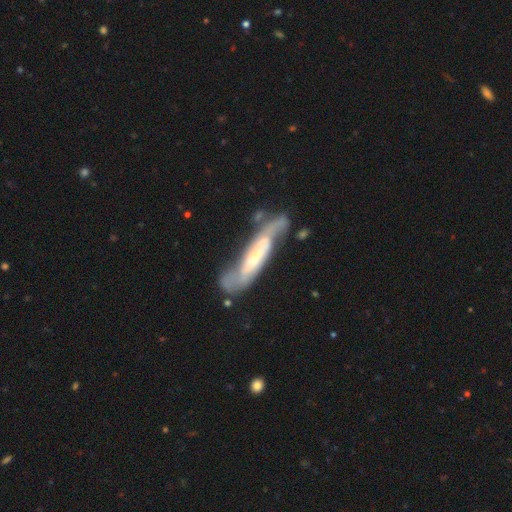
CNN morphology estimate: Smooth or featured? Predicted: featured or disk (p=0.69). Edge-on disk? Predicted: no (p=0.63). Merging? Predicted: none (p=0.48).